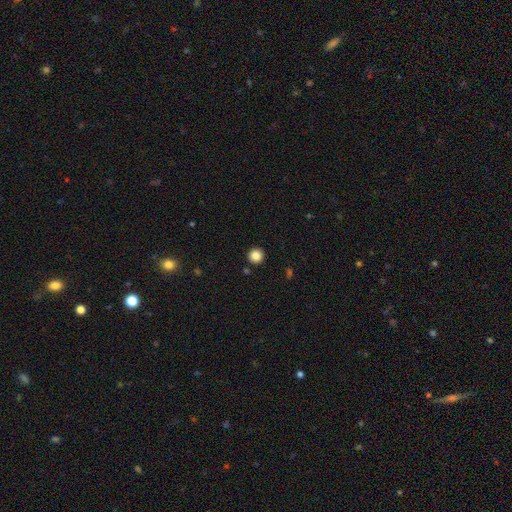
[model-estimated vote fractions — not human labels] The model was most divided on "smooth or featured": smooth: 85%, star or artifact: 11%, featured or disk: 4%. More confident: how rounded — round (96%); merging — none (92%).